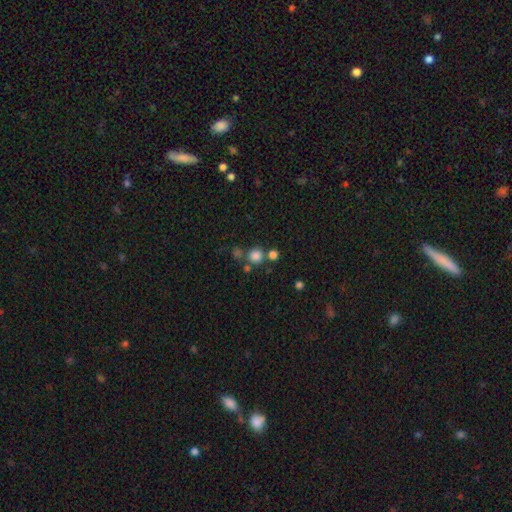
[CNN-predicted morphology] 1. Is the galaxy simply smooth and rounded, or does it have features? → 79% smooth, 15% star or artifact, 6% featured or disk.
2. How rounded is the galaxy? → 91% round, 8% in between, 1% cigar-shaped.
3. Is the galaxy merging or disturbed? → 69% none, 20% merger, 8% minor disturbance, 4% major disturbance.